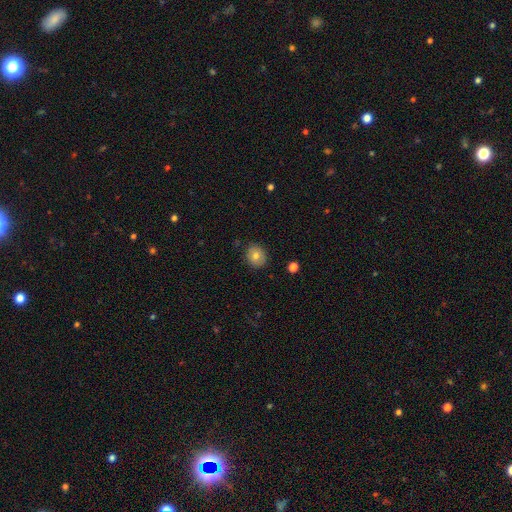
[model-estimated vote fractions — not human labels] This appears to be a smooth galaxy with no disk features (76%) that is round (75%). Merging: none (88%).